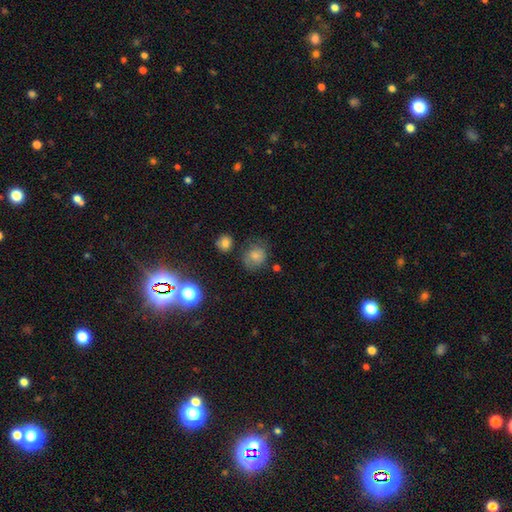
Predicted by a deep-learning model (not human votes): A smooth galaxy with no disk features (74%) that is round (64%). Merging: none (61%).